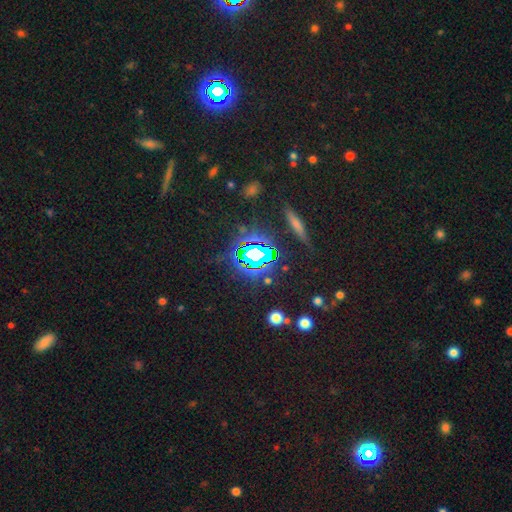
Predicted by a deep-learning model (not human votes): Morphology: type=star or artifact (70%).